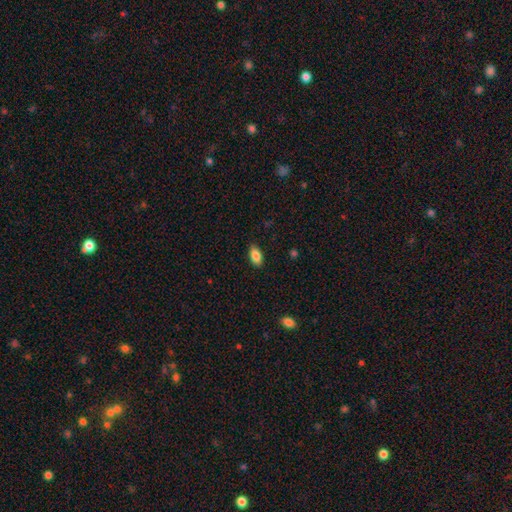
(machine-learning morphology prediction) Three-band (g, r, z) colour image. It shows a smooth galaxy with no disk features (85%) that is in between round and cigar-shaped (90%). Merging: none (87%).